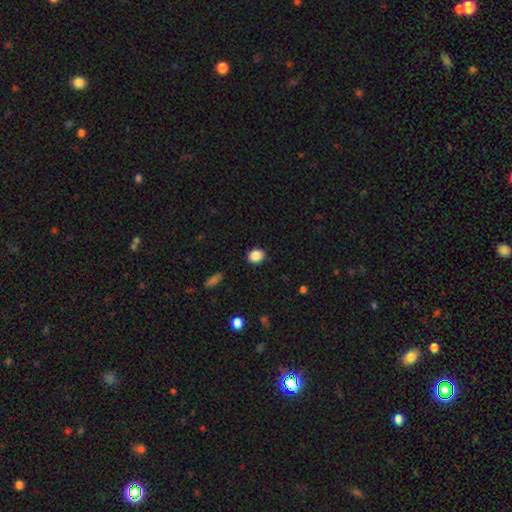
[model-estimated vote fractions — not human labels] smooth 88%, star or artifact 9%, featured or disk 3%. Down the decision tree: how rounded — round (66%); merging — none (88%).